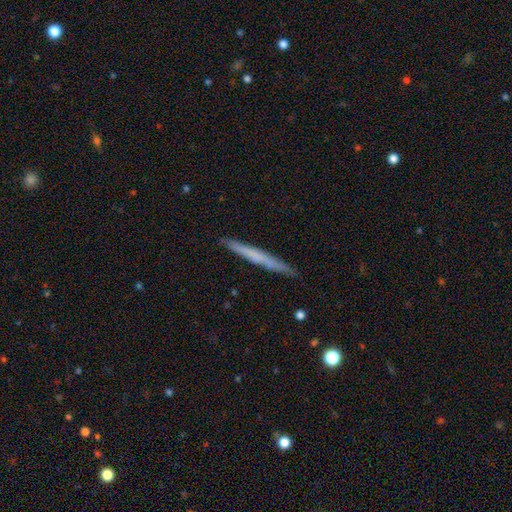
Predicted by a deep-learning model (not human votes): This appears to be a smooth galaxy with no disk features (54%) that is cigar-shaped (97%). Merging: none (91%).